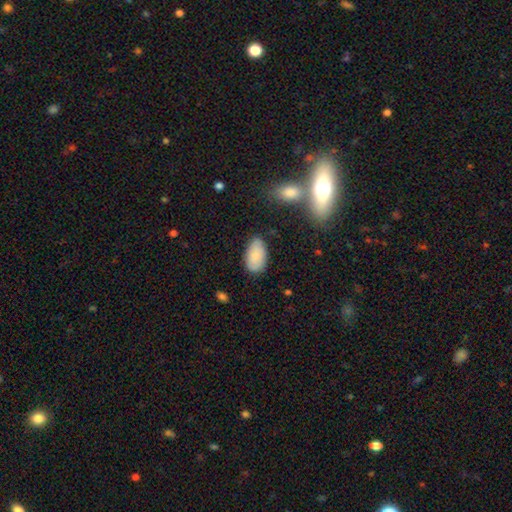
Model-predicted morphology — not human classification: The model was most divided on "merging": none: 76%, minor disturbance: 19%, major disturbance: 4%, merger: 2%. More confident: how rounded — in between (95%); smooth or featured — smooth (81%).